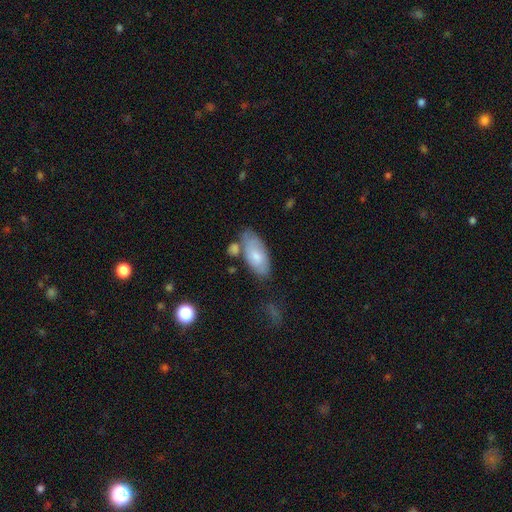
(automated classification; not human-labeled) The model was most divided on "merging": none: 60%, minor disturbance: 21%, merger: 13%, major disturbance: 6%. More confident: how rounded — in between (90%); smooth or featured — smooth (71%).